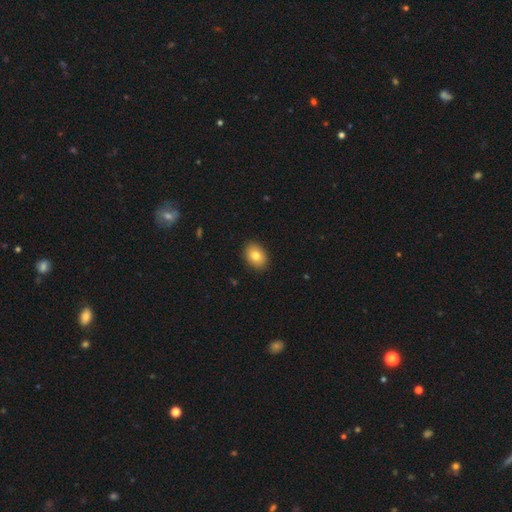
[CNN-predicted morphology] type=smooth (82%); roundness=in between (75%); merging=none (90%).